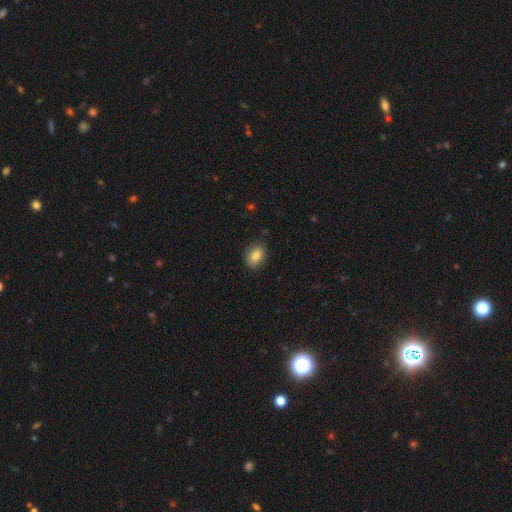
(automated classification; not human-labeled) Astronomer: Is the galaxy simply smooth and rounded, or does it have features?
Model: smooth — 81%.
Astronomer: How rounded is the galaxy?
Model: in between — 74%.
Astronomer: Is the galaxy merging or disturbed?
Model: none — 84%.